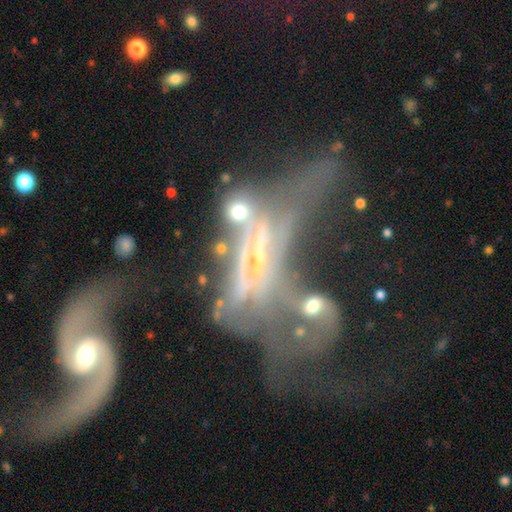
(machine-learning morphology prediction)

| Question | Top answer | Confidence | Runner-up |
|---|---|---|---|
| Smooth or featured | featured or disk | 69% | star or artifact (15%) |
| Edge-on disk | no | 75% | yes (25%) |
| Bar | no | 57% | weak (22%) |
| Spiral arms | no | 56% | yes (44%) |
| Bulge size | small | 36% | moderate (34%) |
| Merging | merger | 48% | major disturbance (31%) |